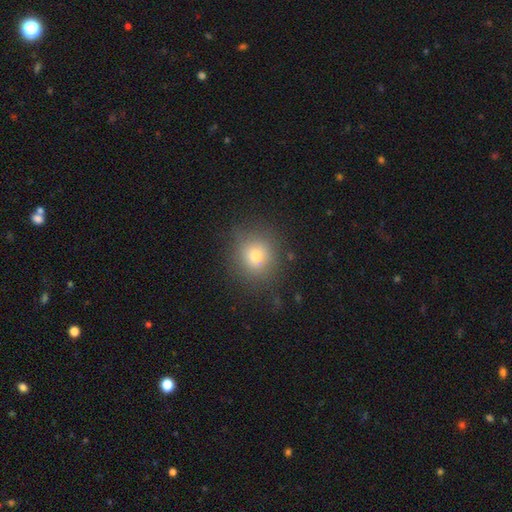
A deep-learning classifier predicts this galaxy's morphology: This is likely a smooth galaxy (74%). How rounded: clearly round (84%). Merging: clearly none (82%).